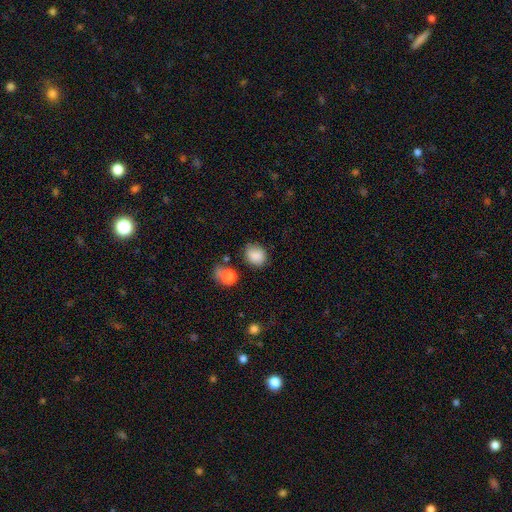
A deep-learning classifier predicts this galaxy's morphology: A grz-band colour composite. It shows a smooth galaxy with no disk features (85%) that is round (53%). Merging: none (71%).